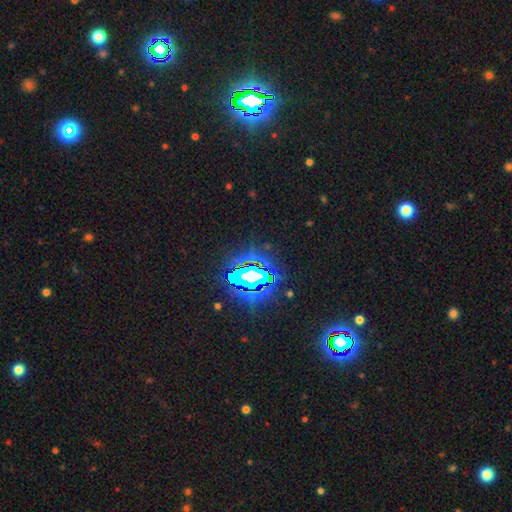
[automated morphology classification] Smooth or featured? Predicted: star or artifact (p=0.84).